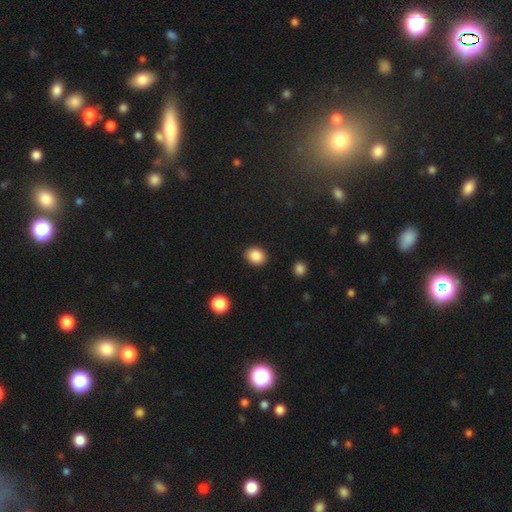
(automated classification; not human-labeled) smooth_or_featured: smooth (p=0.87) [alt: star or artifact p=0.09]
how_rounded: round (p=0.56) [alt: in between p=0.43]
merging: none (p=0.89) [alt: minor disturbance p=0.07]